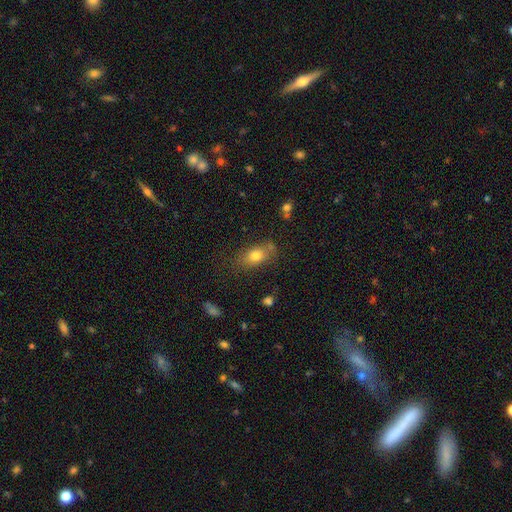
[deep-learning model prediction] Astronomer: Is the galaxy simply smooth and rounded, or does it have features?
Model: smooth — 77%.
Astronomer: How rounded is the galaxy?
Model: in between — 78%.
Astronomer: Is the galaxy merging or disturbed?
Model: none — 69%.